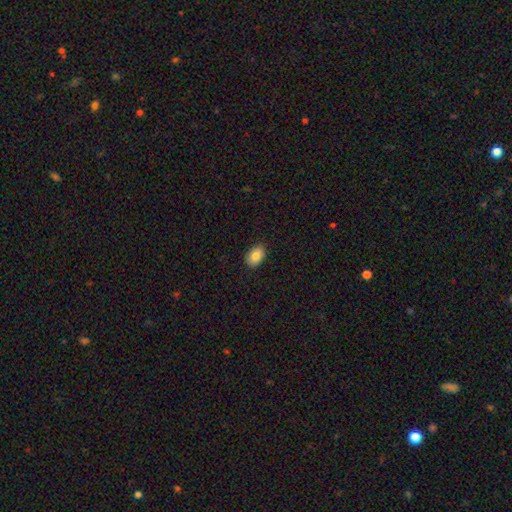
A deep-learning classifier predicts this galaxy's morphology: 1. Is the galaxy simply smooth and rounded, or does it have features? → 85% smooth, 8% star or artifact, 7% featured or disk.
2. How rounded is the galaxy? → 88% in between, 11% round, 1% cigar-shaped.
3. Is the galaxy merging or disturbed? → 87% none, 10% minor disturbance, 2% major disturbance, 1% merger.